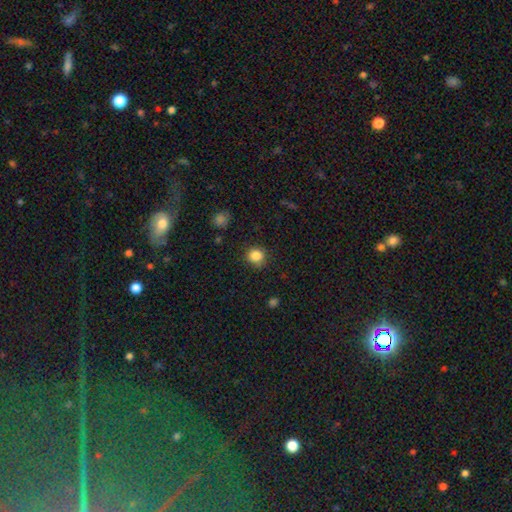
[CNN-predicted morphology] Smooth or featured? Predicted: smooth (p=0.85). How rounded? Predicted: round (p=0.90). Merging? Predicted: none (p=0.85).